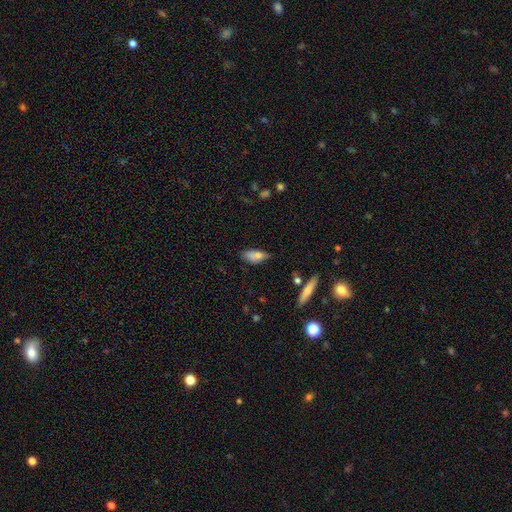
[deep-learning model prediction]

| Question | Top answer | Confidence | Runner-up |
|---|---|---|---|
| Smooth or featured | smooth | 77% | featured or disk (15%) |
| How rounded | in between | 82% | cigar-shaped (15%) |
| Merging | none | 63% | minor disturbance (28%) |